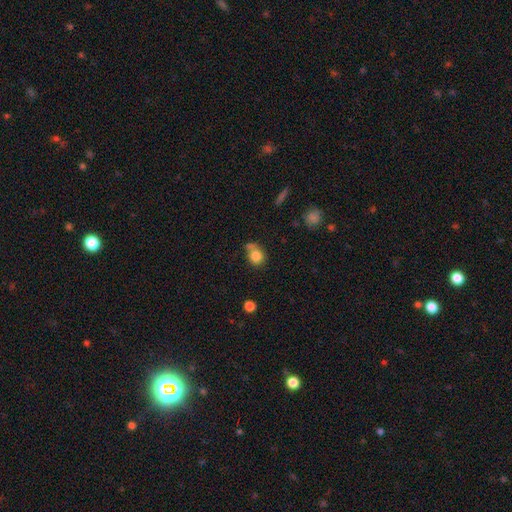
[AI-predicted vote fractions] This is clearly a smooth galaxy (81%). How rounded: likely round (74%). Merging: possibly none (48%).